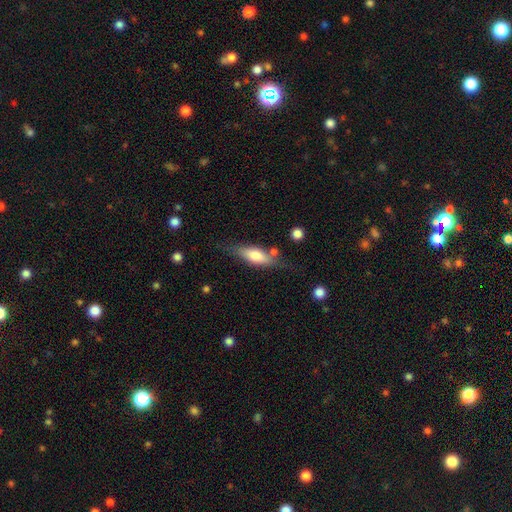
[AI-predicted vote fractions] Q: Smooth or featured?
A: smooth (62%); runner-up: featured or disk (32%)
Q: How rounded?
A: in between (58%); runner-up: cigar-shaped (39%)
Q: Merging?
A: none (66%); runner-up: minor disturbance (21%)